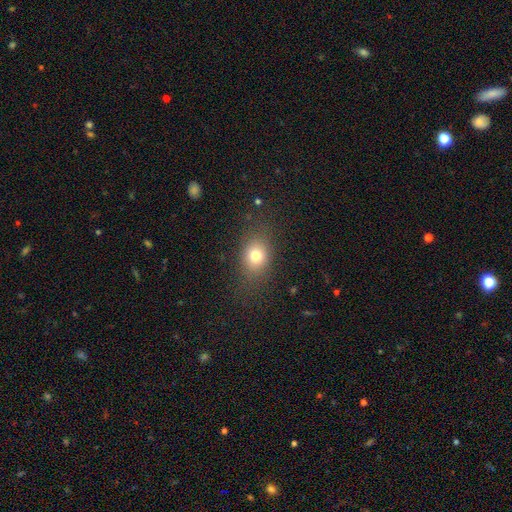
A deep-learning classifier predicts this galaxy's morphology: This is likely a smooth galaxy (76%). How rounded: possibly in between (57%). Merging: likely none (79%).